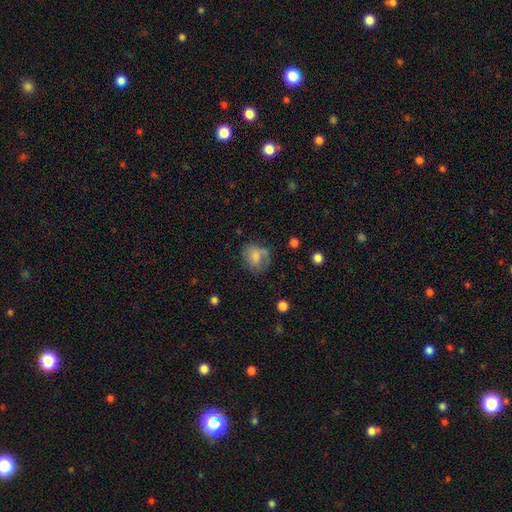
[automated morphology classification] A smooth galaxy with no disk features (63%) that is round (52%). Merging: none (47%).